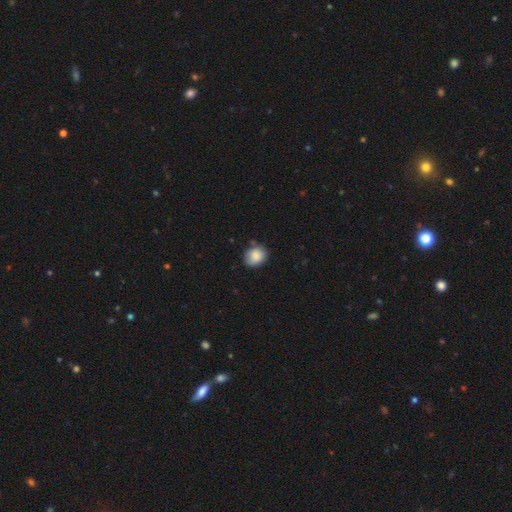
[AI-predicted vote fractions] Smooth or featured?
  - smooth: 86% *
  - star or artifact: 8%
  - featured or disk: 6%
How rounded?
  - round: 60% *
  - in between: 39%
  - cigar-shaped: 1%
Merging?
  - none: 71% *
  - minor disturbance: 22%
  - major disturbance: 4%
  - merger: 3%